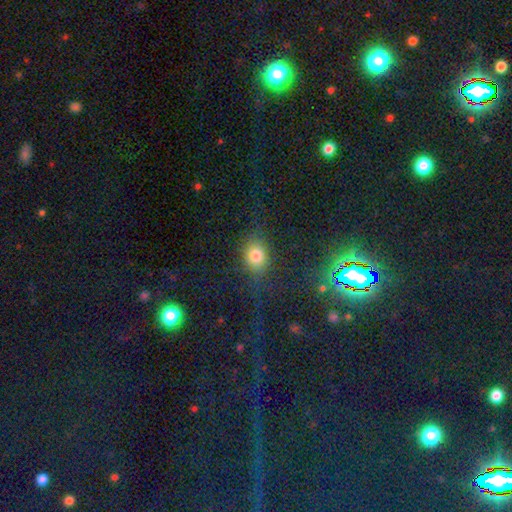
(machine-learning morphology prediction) A smooth galaxy with no disk features (77%) that is round (52%).

Vote fractions:
- Smooth or featured? smooth: 77% / star or artifact: 14% / featured or disk: 9%
- How rounded? round: 52% / in between: 46% / cigar-shaped: 3%
- Merging? none: 70% / minor disturbance: 15% / major disturbance: 11% / merger: 4%